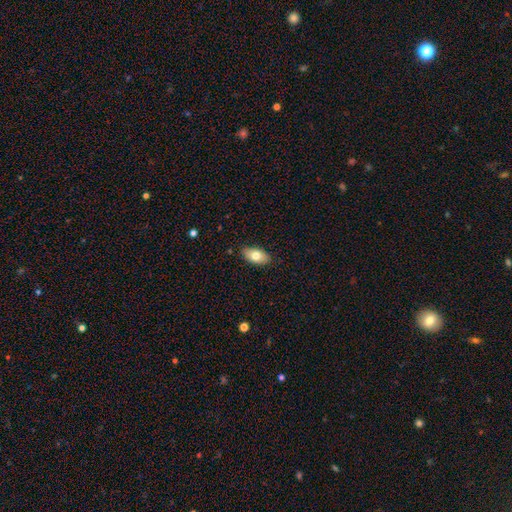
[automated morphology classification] The model was most divided on "smooth or featured": smooth: 76%, featured or disk: 17%, star or artifact: 7%. More confident: how rounded — in between (92%); merging — none (86%).